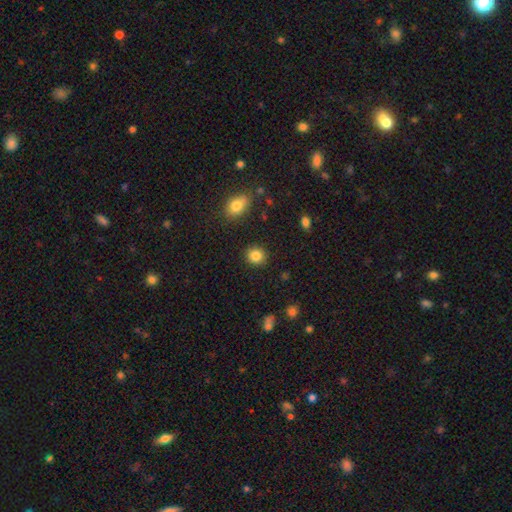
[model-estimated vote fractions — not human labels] smooth 86%, star or artifact 10%, featured or disk 5%. Down the decision tree: how rounded — round (87%); merging — none (91%).